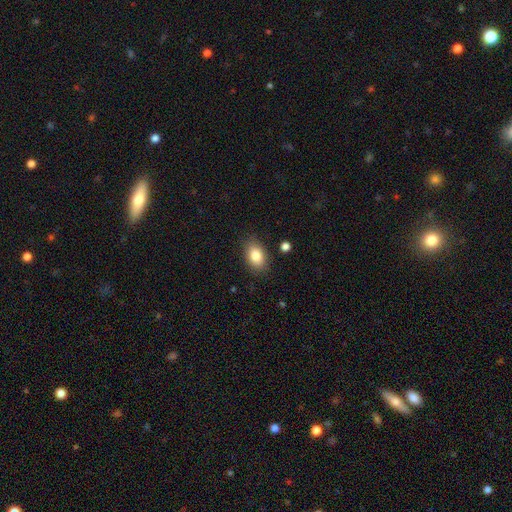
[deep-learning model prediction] A smooth galaxy with no disk features (84%) that is in between round and cigar-shaped (85%).

Vote fractions:
- Smooth or featured? smooth: 84% / featured or disk: 8% / star or artifact: 8%
- How rounded? in between: 85% / round: 14% / cigar-shaped: 1%
- Merging? none: 84% / minor disturbance: 11% / major disturbance: 3% / merger: 2%